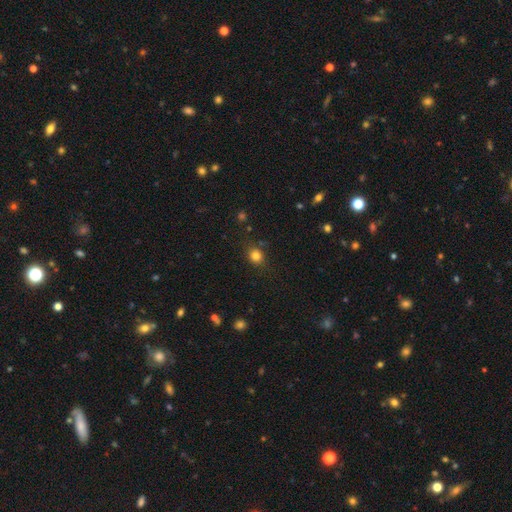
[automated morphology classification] Smooth or featured? smooth (82%)
How rounded? round (73%)
Merging? none (80%)